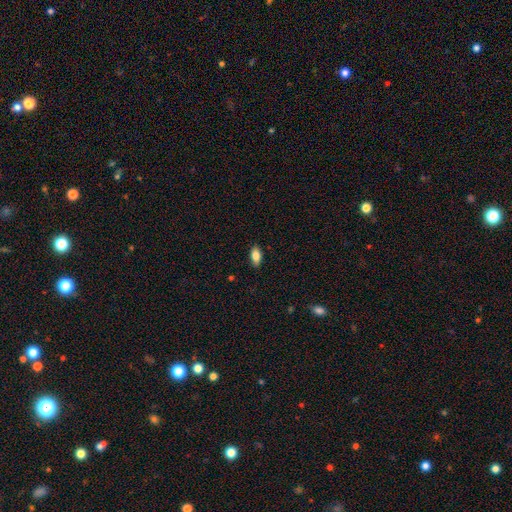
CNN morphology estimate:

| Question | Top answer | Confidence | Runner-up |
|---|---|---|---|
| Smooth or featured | smooth | 85% | featured or disk (8%) |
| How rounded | in between | 91% | cigar-shaped (6%) |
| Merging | none | 88% | minor disturbance (9%) |